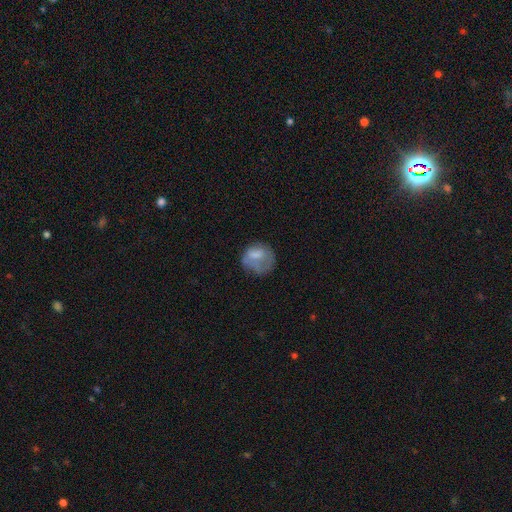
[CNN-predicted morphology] The model was most divided on "merging": none: 43%, major disturbance: 27%, minor disturbance: 27%, merger: 3%. More confident: how rounded — round (72%); smooth or featured — smooth (65%).